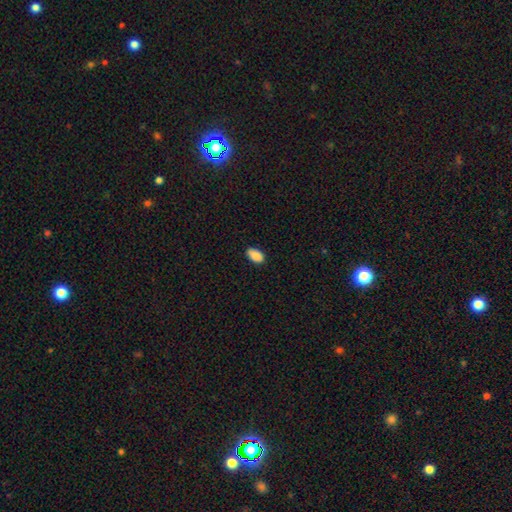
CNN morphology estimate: Smooth or featured? Predicted: smooth (p=0.89). How rounded? Predicted: in between (p=0.93). Merging? Predicted: none (p=0.79).